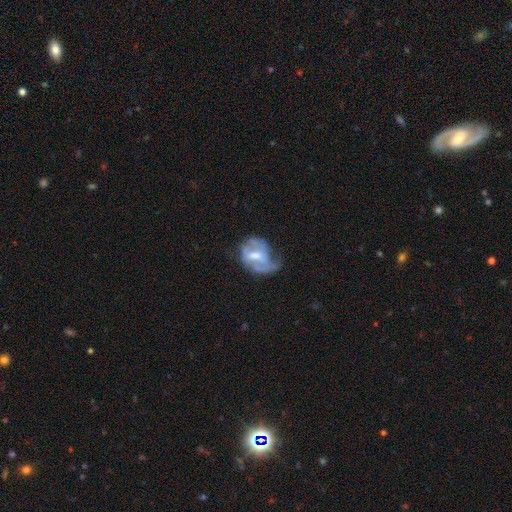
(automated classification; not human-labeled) Smooth or featured? featured or disk (69%)
Edge-on disk? no (97%)
Bar? weak (50%)
Spiral arms? yes (69%)
Bulge size? moderate (56%)
Merging? major disturbance (34%, tied with none)